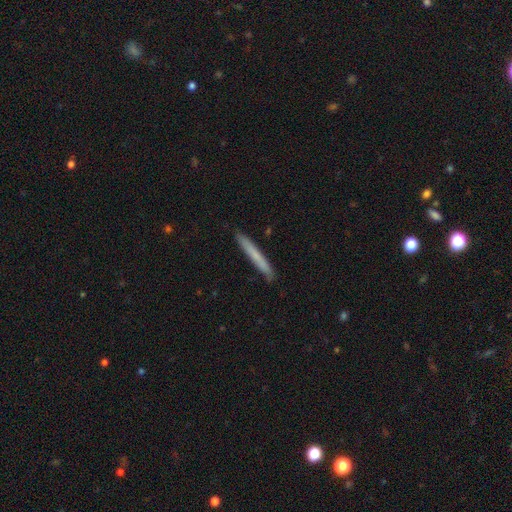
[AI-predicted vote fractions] Morphology: type=smooth (67%); roundness=cigar-shaped (97%); merging=none (89%).